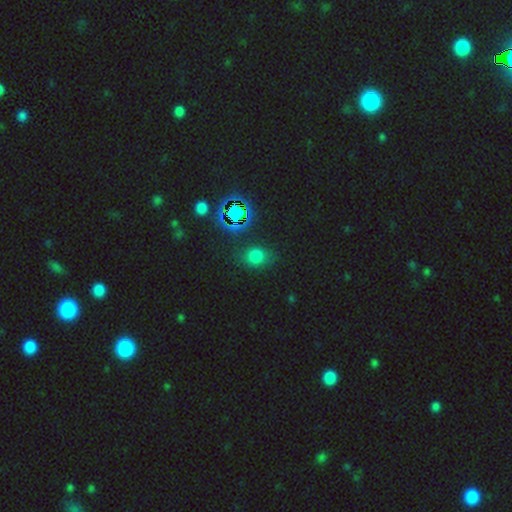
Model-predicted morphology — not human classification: A smooth galaxy with no disk features (59%) that is round (67%). Merging: none (81%).